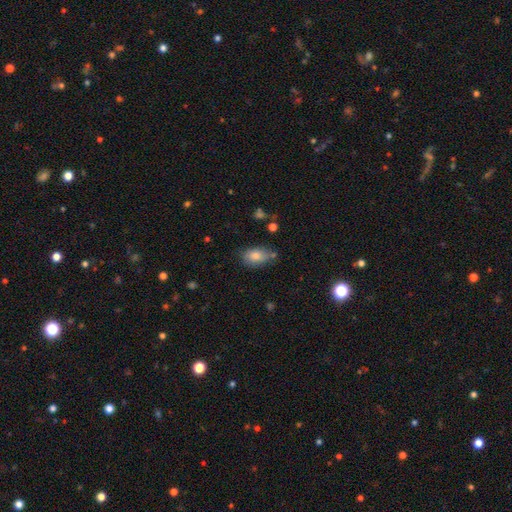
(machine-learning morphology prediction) A smooth galaxy with no disk features (79%) that is in between round and cigar-shaped (88%). Merging: none (68%).